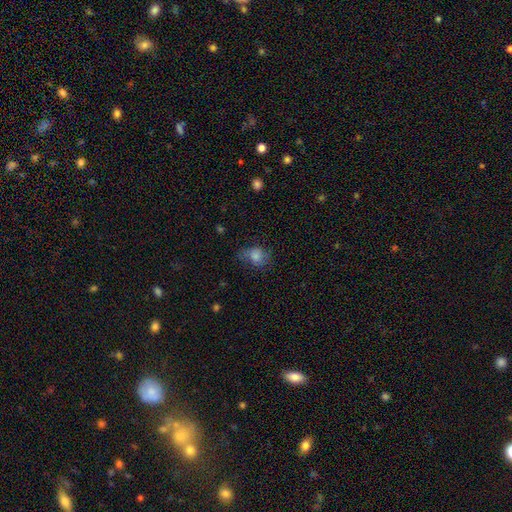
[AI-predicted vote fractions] Smooth or featured? smooth (75%)
How rounded? round (52%)
Merging? none (51%)